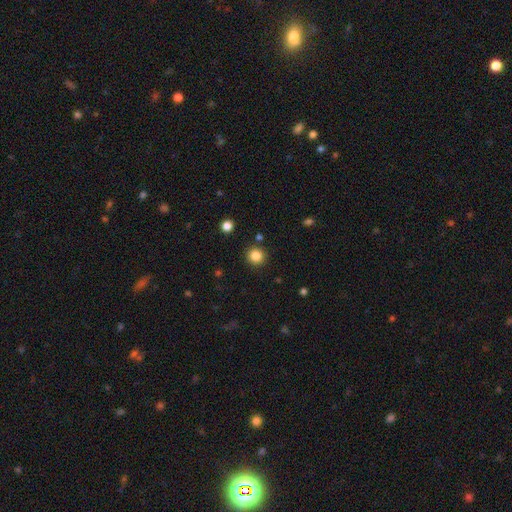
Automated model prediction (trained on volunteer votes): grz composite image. It shows a smooth galaxy with no disk features (84%) that is round (94%). Merging: none (89%).